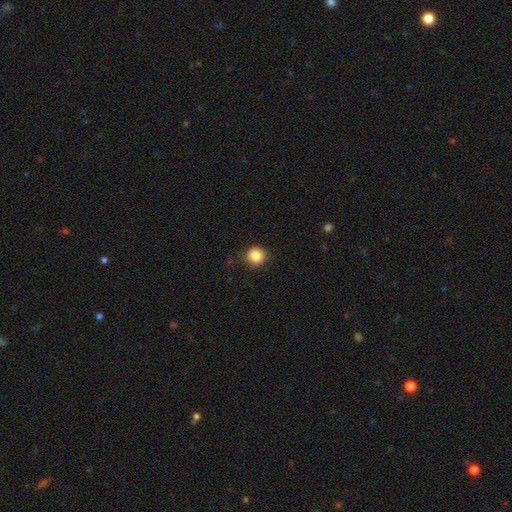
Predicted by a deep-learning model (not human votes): smooth_or_featured: smooth (p=0.85) [alt: star or artifact p=0.10]
how_rounded: round (p=0.91) [alt: in between p=0.08]
merging: none (p=0.85) [alt: minor disturbance p=0.12]